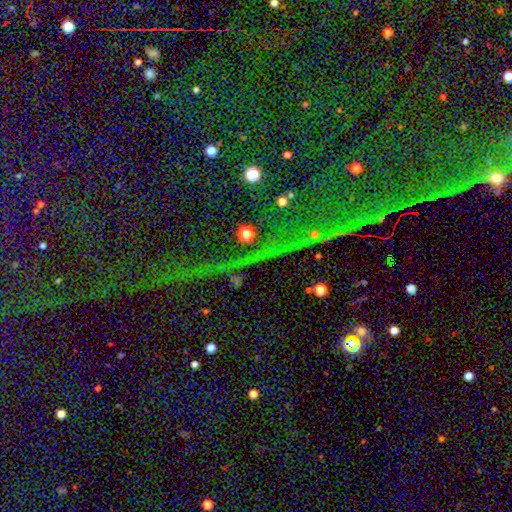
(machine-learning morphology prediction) smooth-or-featured: star or artifact: 84% | smooth: 8% | featured or disk: 8%